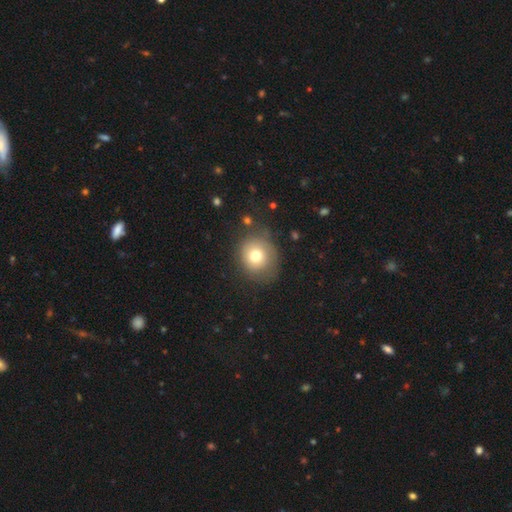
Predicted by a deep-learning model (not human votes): Smooth or featured?
  - smooth: 74% *
  - featured or disk: 16%
  - star or artifact: 11%
How rounded?
  - round: 81% *
  - in between: 18%
  - cigar-shaped: 1%
Merging?
  - none: 69% *
  - minor disturbance: 20%
  - major disturbance: 8%
  - merger: 2%